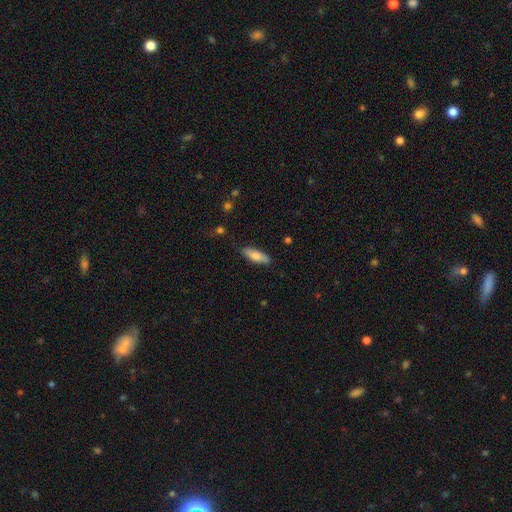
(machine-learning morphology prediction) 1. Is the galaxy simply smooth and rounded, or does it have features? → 76% smooth, 18% featured or disk, 6% star or artifact.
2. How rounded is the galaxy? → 56% in between, 42% cigar-shaped, 2% round.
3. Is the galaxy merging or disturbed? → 85% none, 12% minor disturbance, 2% major disturbance, 1% merger.